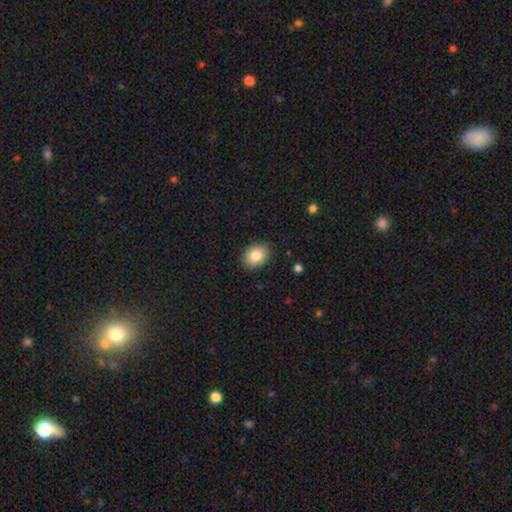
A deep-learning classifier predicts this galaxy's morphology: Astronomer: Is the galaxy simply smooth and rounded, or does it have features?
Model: smooth — 84%.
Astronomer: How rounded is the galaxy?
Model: in between — 65%.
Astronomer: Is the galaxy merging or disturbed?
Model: none — 89%.